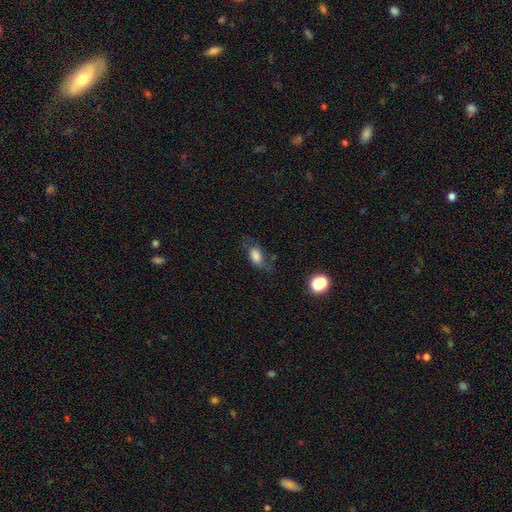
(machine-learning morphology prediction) A smooth galaxy with no disk features (73%) that is in between round and cigar-shaped (84%).

Vote fractions:
- Smooth or featured? smooth: 73% / featured or disk: 17% / star or artifact: 10%
- How rounded? in between: 84% / round: 12% / cigar-shaped: 4%
- Merging? none: 54% / minor disturbance: 26% / major disturbance: 16% / merger: 3%